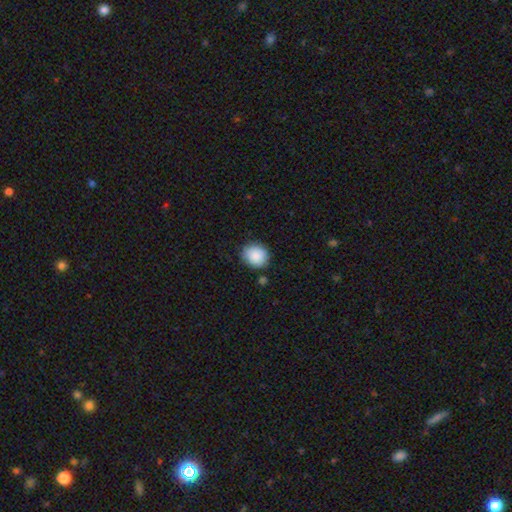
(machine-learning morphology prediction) Overall: smooth (88%). How rounded: round (76%). Merging: none (82%).